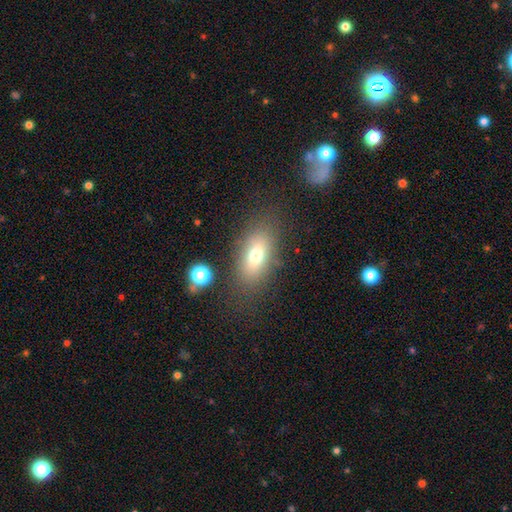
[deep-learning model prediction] Morphology: type=smooth (71%); roundness=in between (84%); merging=none (76%).